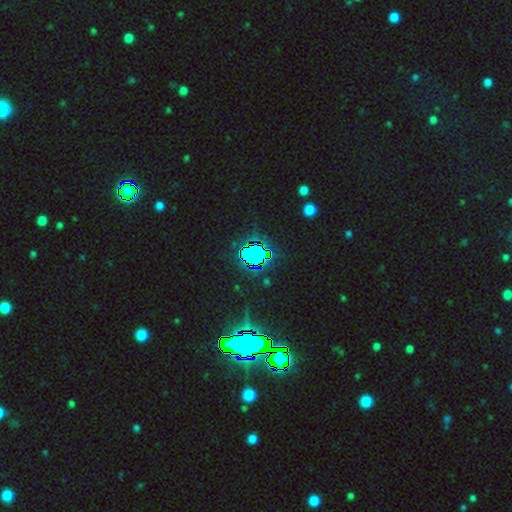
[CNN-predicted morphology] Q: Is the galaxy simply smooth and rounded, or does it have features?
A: star or artifact — 78%.